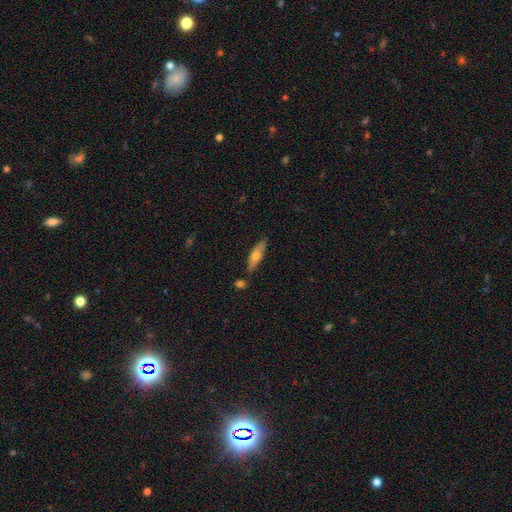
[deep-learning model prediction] This appears to be a smooth galaxy with no disk features (58%) that is cigar-shaped (60%). Merging: none (79%).